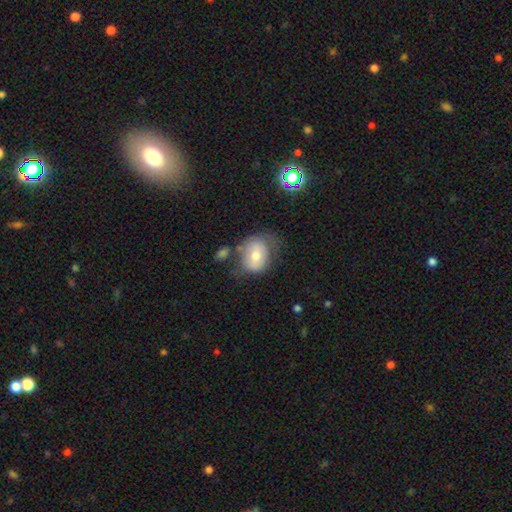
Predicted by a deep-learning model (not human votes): Smooth or featured?
  - smooth: 63% *
  - featured or disk: 29%
  - star or artifact: 8%
How rounded?
  - round: 50% *
  - in between: 49%
  - cigar-shaped: 1%
Merging?
  - none: 45% *
  - minor disturbance: 28%
  - major disturbance: 17%
  - merger: 10%